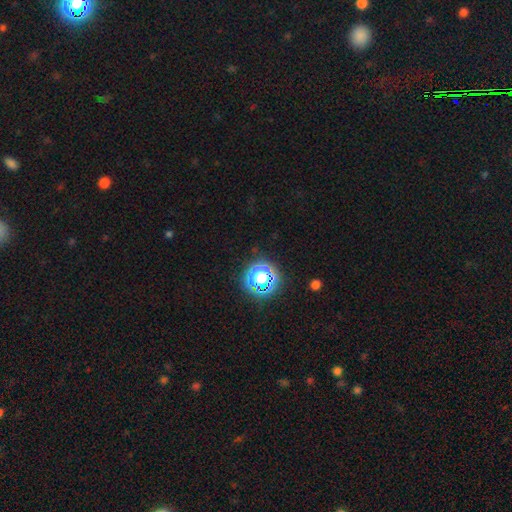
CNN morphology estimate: star or artifact 75%, smooth 18%, featured or disk 7%.